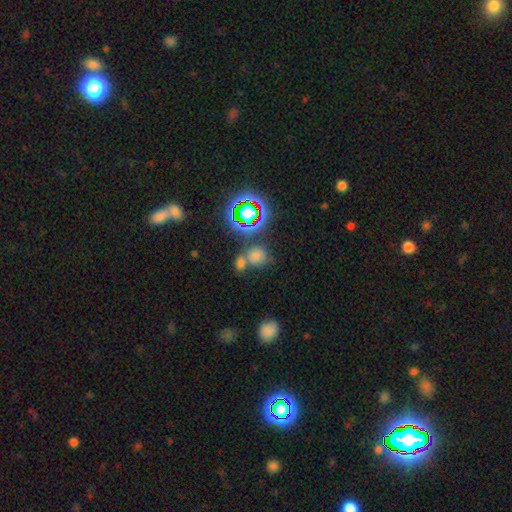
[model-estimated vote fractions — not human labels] Smooth or featured?
  - smooth: 66% *
  - star or artifact: 24%
  - featured or disk: 10%
How rounded?
  - round: 66% *
  - in between: 32%
  - cigar-shaped: 2%
Merging?
  - none: 45% *
  - merger: 39%
  - minor disturbance: 10%
  - major disturbance: 5%